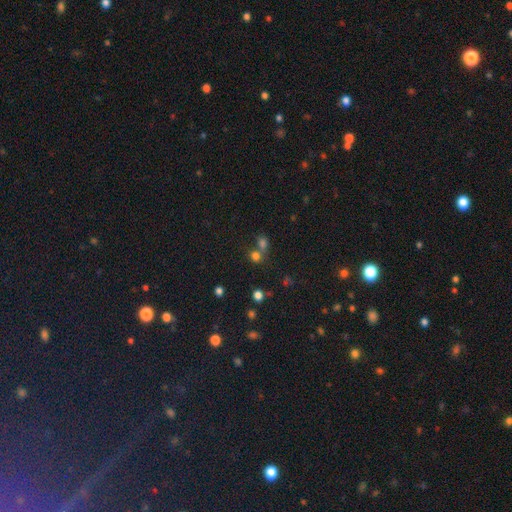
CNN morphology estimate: Overall: smooth (70%). How rounded: round (72%). Merging: none (46%; merger 43%).